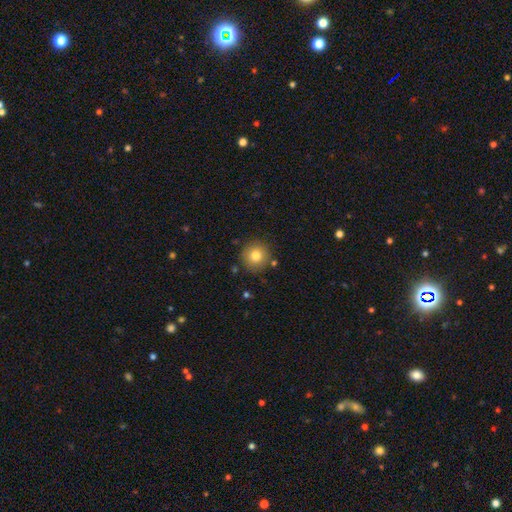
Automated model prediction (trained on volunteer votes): Q: Smooth or featured?
A: smooth (79%); runner-up: star or artifact (11%)
Q: How rounded?
A: round (94%); runner-up: in between (5%)
Q: Merging?
A: none (86%); runner-up: minor disturbance (8%)